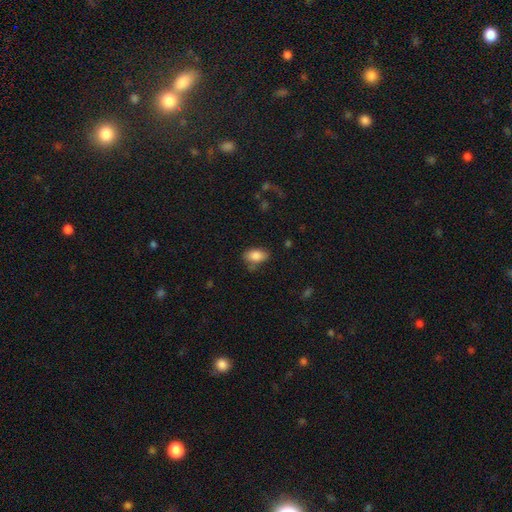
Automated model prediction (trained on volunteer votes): A smooth galaxy with no disk features (85%) that is in between round and cigar-shaped (91%). Merging: none (72%).